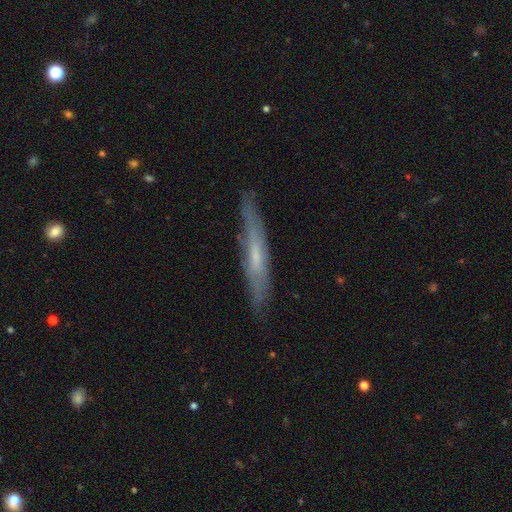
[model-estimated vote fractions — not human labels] smooth-or-featured: featured or disk: 55% | smooth: 39% | star or artifact: 6%
  disk-edge-on: yes: 81% | no: 19%
  merging: none: 81% | minor disturbance: 15% | major disturbance: 3% | merger: 1%